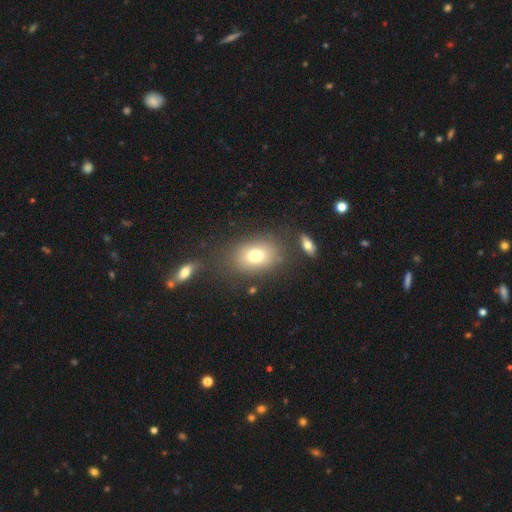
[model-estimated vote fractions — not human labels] smooth-or-featured: smooth: 75% | featured or disk: 14% | star or artifact: 11%
  how-rounded: in between: 69% | round: 30% | cigar-shaped: 1%
  merging: none: 74% | minor disturbance: 13% | merger: 7% | major disturbance: 6%